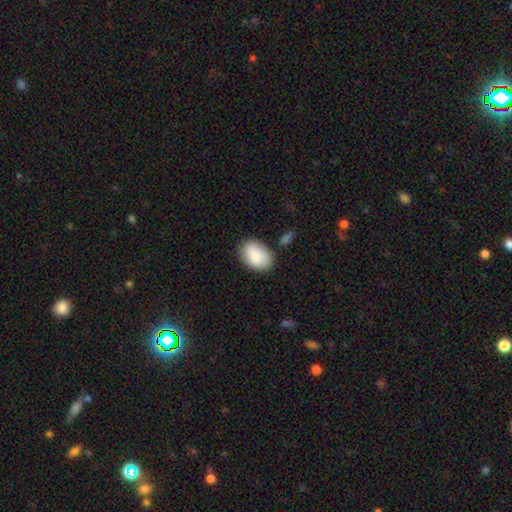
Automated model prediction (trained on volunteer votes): This is clearly a smooth galaxy (86%). How rounded: clearly in between (85%). Merging: likely none (77%).